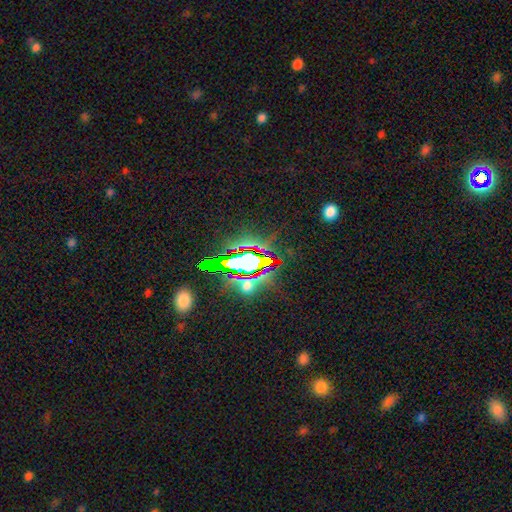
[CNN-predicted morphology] Overall: star or artifact (77%).